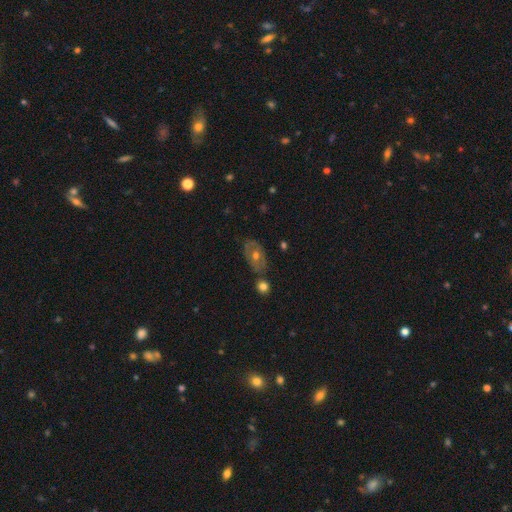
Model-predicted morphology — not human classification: Smooth or featured? Predicted: featured or disk (p=0.53). Edge-on disk? Predicted: no (p=0.89). Merging? Predicted: none (p=0.67).